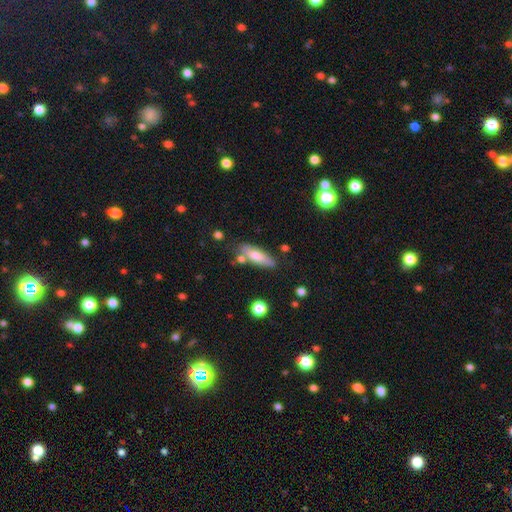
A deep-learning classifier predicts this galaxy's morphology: smooth-or-featured: smooth: 69% | featured or disk: 24% | star or artifact: 8%
  how-rounded: in between: 52% | cigar-shaped: 45% | round: 2%
  merging: none: 73% | minor disturbance: 15% | merger: 8% | major disturbance: 4%